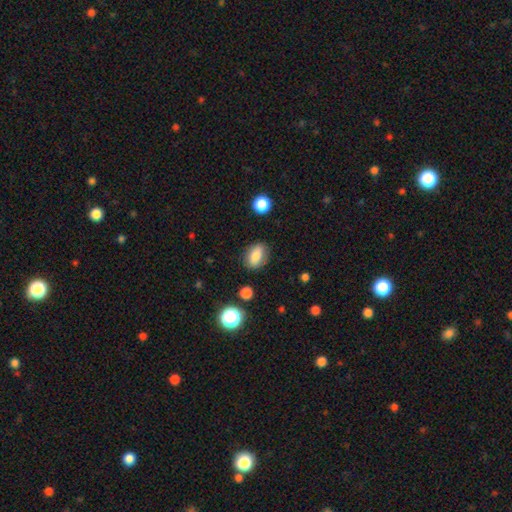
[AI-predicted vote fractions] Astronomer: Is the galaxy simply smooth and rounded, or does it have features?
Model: smooth — 83%.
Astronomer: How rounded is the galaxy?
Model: in between — 84%.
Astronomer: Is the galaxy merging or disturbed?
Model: none — 81%.